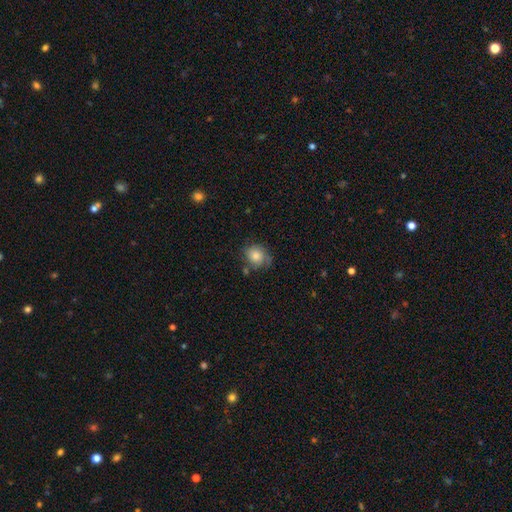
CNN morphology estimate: smooth 67%, featured or disk 24%, star or artifact 9%. Down the decision tree: how rounded — round (70%); merging — none (61%).